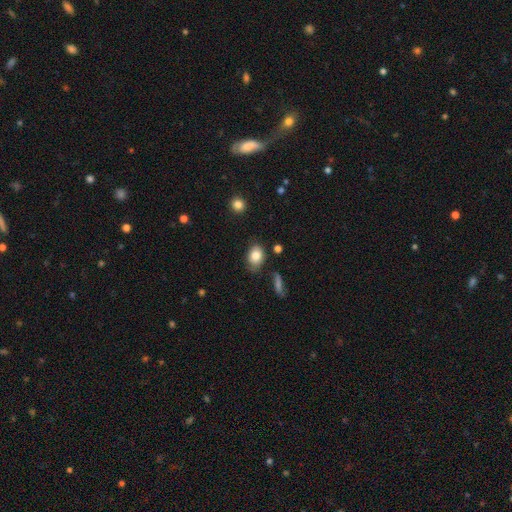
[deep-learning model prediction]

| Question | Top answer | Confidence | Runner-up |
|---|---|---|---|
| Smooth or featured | smooth | 81% | featured or disk (11%) |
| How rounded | in between | 76% | round (23%) |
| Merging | none | 72% | minor disturbance (21%) |